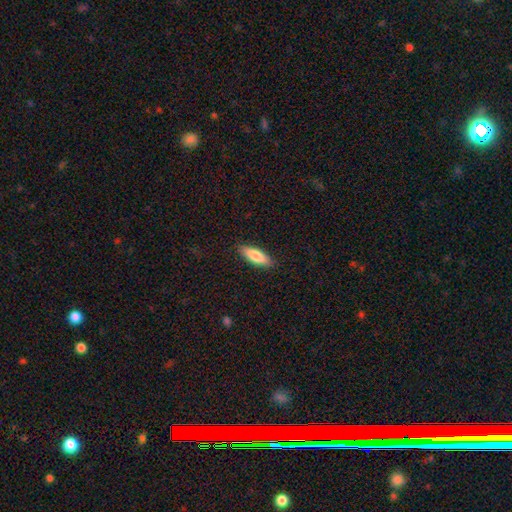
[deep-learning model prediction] This is clearly a smooth galaxy (81%). How rounded: possibly in between (56%). Merging: clearly none (89%).